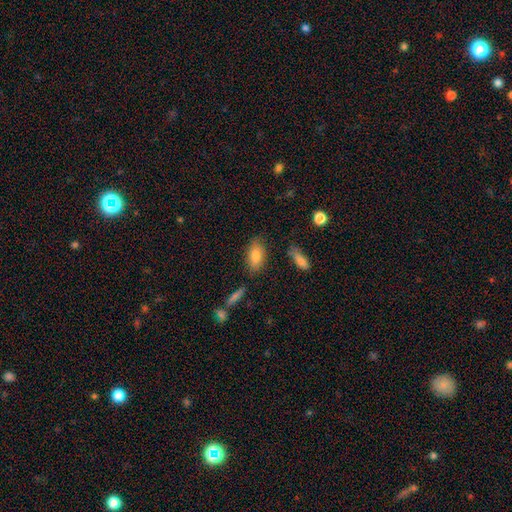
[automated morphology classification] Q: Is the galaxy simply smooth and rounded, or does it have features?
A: smooth — 81%.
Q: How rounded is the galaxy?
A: in between — 88%.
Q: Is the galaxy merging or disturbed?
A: none — 76%.